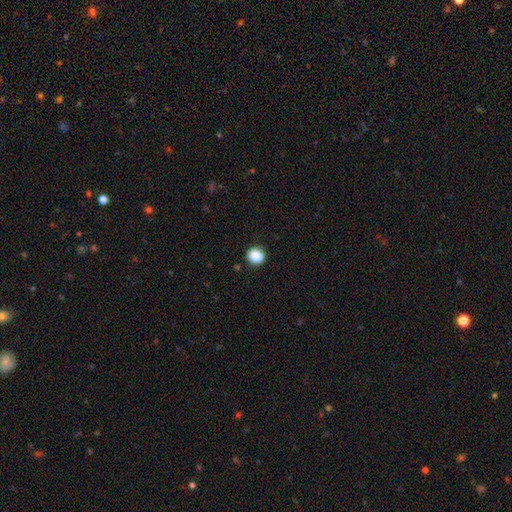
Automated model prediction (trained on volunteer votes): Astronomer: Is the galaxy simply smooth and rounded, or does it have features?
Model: smooth — 88%.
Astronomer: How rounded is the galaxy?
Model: round — 82%.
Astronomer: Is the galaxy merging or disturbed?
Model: none — 90%.